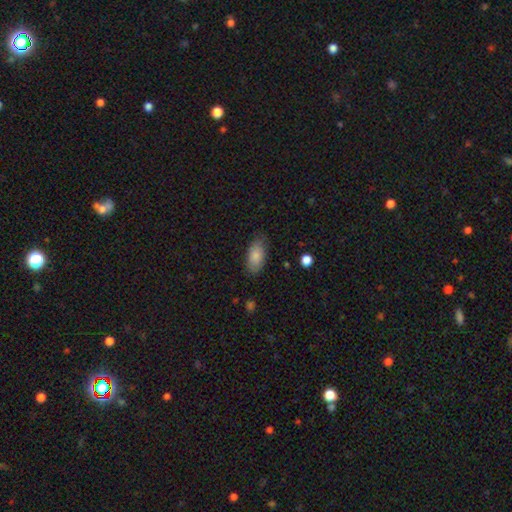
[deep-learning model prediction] Smooth or featured?
  - smooth: 84% *
  - featured or disk: 10%
  - star or artifact: 7%
How rounded?
  - in between: 91% *
  - cigar-shaped: 5%
  - round: 3%
Merging?
  - none: 78% *
  - minor disturbance: 17%
  - major disturbance: 4%
  - merger: 1%